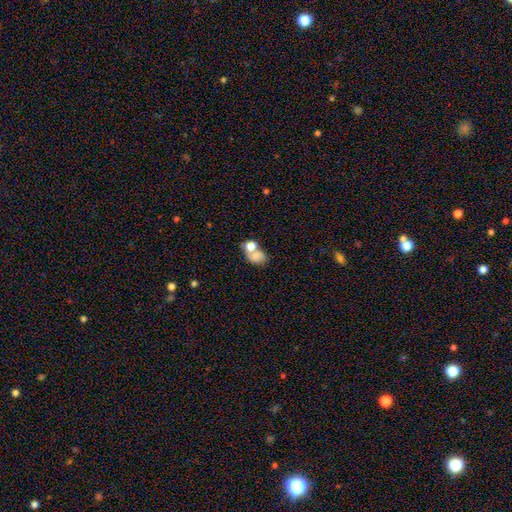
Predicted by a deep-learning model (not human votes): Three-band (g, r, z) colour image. It shows a smooth galaxy with no disk features (72%) that is in between round and cigar-shaped (63%). Merging: merger (52%).